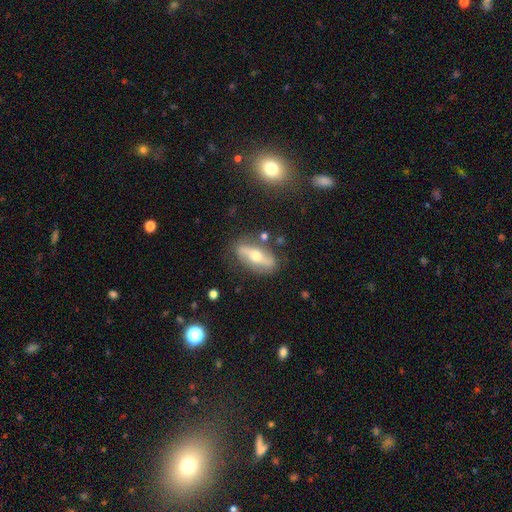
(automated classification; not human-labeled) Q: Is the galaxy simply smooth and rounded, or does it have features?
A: featured or disk — 65%.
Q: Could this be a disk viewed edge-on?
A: no — 63%.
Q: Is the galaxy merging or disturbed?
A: none — 79%.